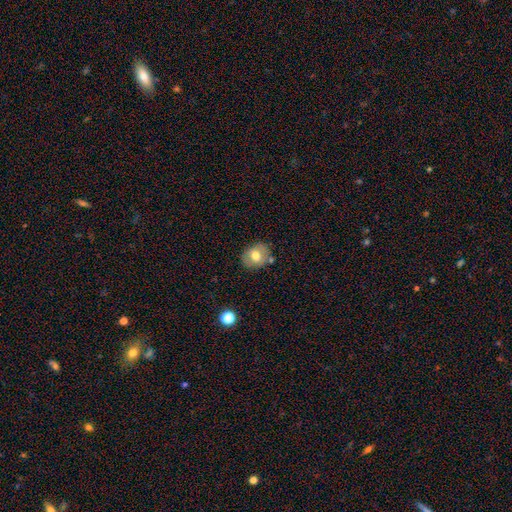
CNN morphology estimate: This is likely a smooth galaxy (69%). How rounded: likely round (66%). Merging: likely none (76%).